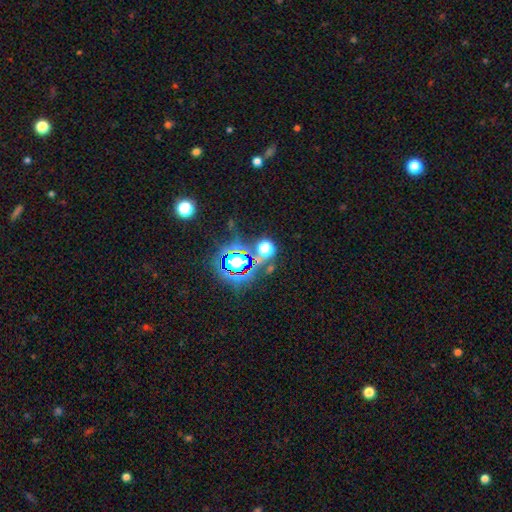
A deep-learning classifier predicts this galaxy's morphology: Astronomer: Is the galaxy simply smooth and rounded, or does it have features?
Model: star or artifact — 67%.